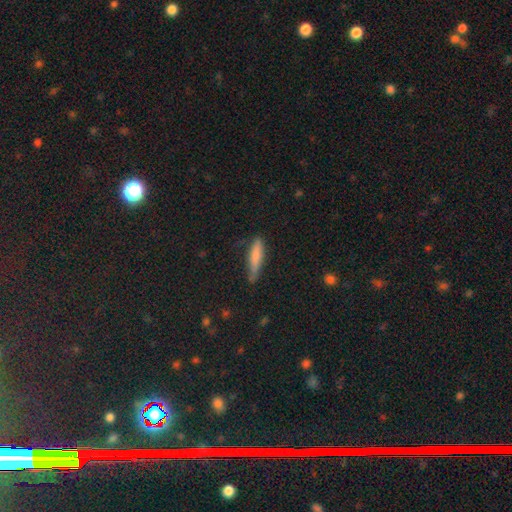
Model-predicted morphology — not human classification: Q: Smooth or featured?
A: smooth (76%); runner-up: featured or disk (17%)
Q: How rounded?
A: cigar-shaped (82%); runner-up: in between (16%)
Q: Merging?
A: none (65%); runner-up: minor disturbance (27%)